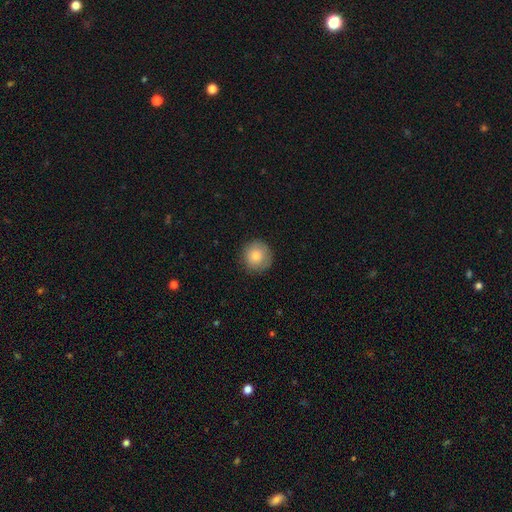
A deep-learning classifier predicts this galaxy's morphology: smooth 80%, featured or disk 12%, star or artifact 8%. Down the decision tree: how rounded — round (94%); merging — none (87%).